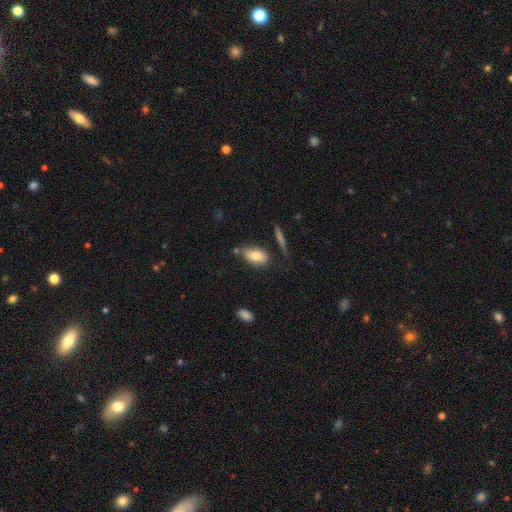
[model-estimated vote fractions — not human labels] smooth 77%, featured or disk 15%, star or artifact 7%. Down the decision tree: how rounded — in between (89%); merging — none (68%).